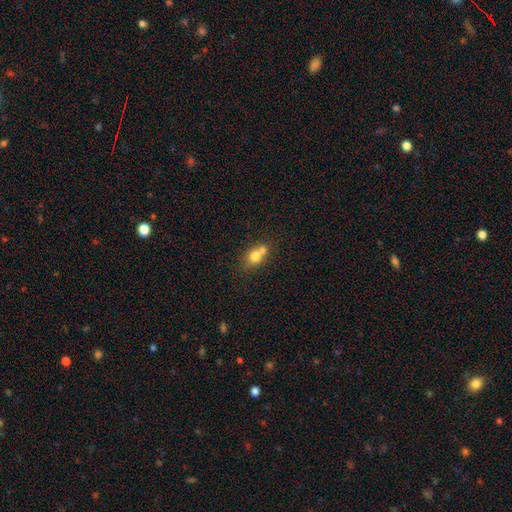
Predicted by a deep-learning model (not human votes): smooth 73%, featured or disk 17%, star or artifact 10%. Down the decision tree: how rounded — round (50%); merging — merger (54%).